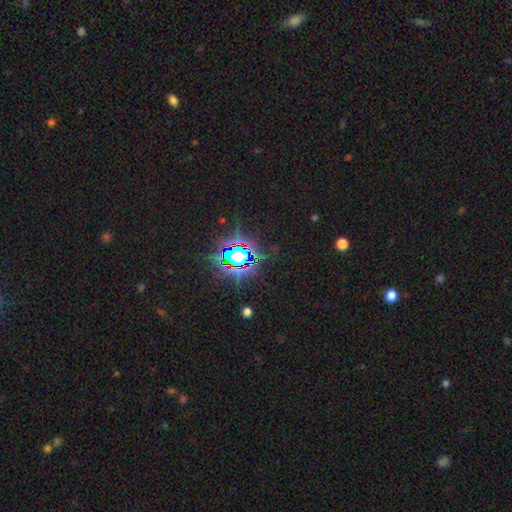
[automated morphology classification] Overall: star or artifact (83%).